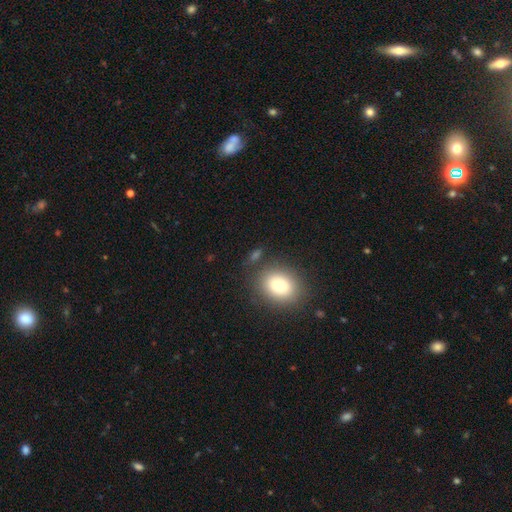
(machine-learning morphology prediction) type=smooth (79%); roundness=in between (64%); merging=none (78%).